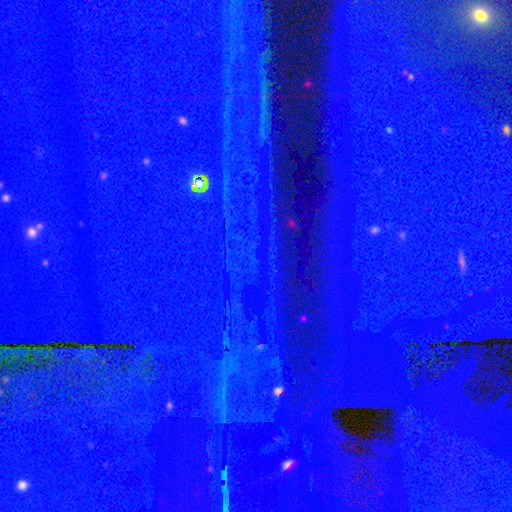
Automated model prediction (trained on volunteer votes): Smooth or featured? star or artifact (89%)